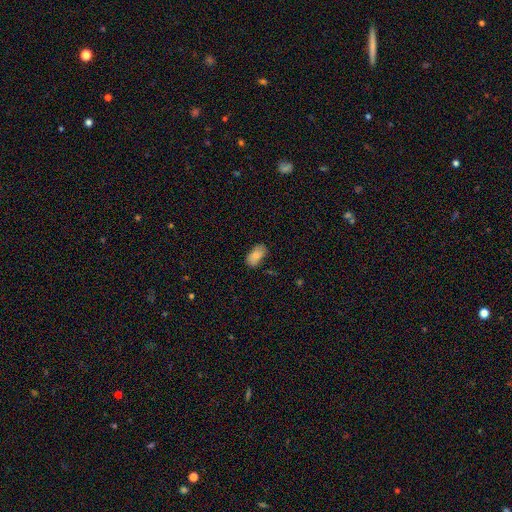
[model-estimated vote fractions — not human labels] smooth 83%, featured or disk 9%, star or artifact 7%. Down the decision tree: how rounded — in between (93%); merging — none (77%).